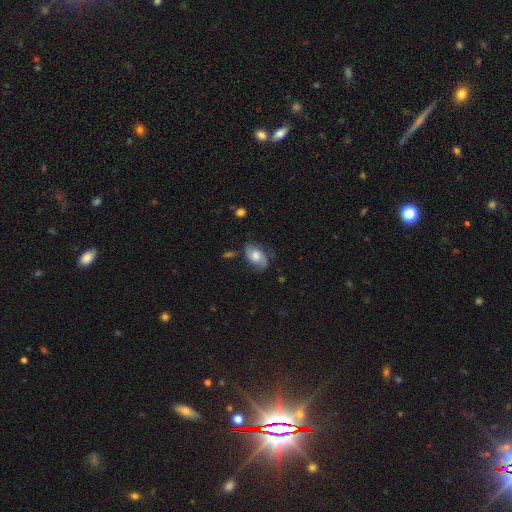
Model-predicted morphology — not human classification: This appears to be a featured or disk galaxy (60%) with no bar (59%), 2 (85%) medium (42%) spiral arms (89%) and a moderate central bulge (54%). Merging: none (68%).